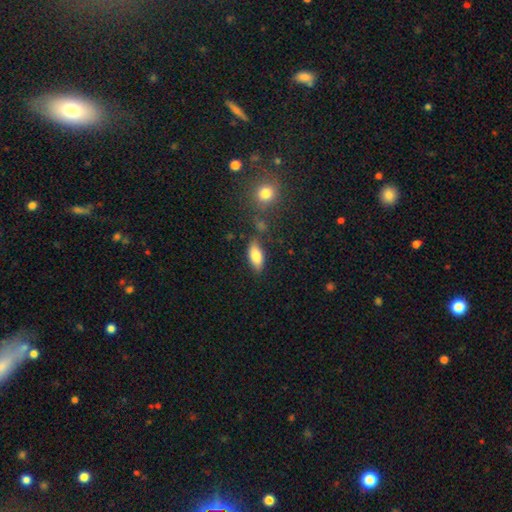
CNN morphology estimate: smooth-or-featured: smooth: 82% | featured or disk: 11% | star or artifact: 7%
  how-rounded: in between: 86% | cigar-shaped: 10% | round: 3%
  merging: none: 73% | minor disturbance: 16% | merger: 7% | major disturbance: 4%